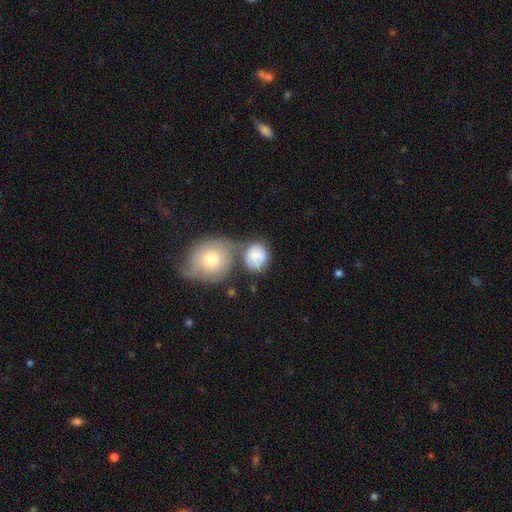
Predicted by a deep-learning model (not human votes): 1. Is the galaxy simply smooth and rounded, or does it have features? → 76% smooth, 16% featured or disk, 8% star or artifact.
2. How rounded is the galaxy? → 74% round, 25% in between, 1% cigar-shaped.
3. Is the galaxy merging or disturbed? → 39% none, 34% merger, 18% minor disturbance, 9% major disturbance.